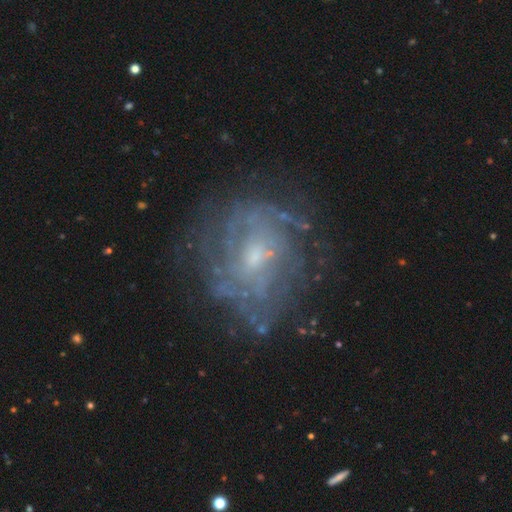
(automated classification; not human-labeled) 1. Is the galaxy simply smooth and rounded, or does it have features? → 77% featured or disk, 13% smooth, 11% star or artifact.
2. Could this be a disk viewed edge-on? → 97% no, 3% yes.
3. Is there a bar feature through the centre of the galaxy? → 65% no, 30% weak, 6% strong.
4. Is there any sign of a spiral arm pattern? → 68% yes, 32% no.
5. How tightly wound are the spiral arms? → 57% tight, 30% medium, 13% loose.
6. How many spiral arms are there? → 60% can't tell, 12% 2, 9% 3, 8% 4, 6% more than 4, 5% 1.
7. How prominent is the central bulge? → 56% small, 35% moderate, 6% none, 2% large, 1% dominant.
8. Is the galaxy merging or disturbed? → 69% none, 17% minor disturbance, 12% major disturbance, 2% merger.